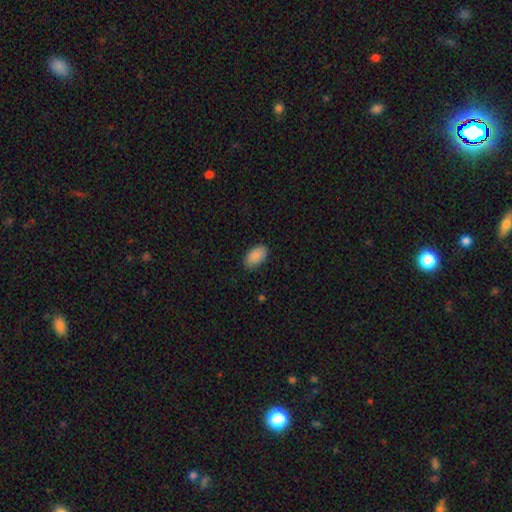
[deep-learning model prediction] This appears to be a smooth galaxy with no disk features (90%) that is in between round and cigar-shaped (94%). Merging: none (83%).